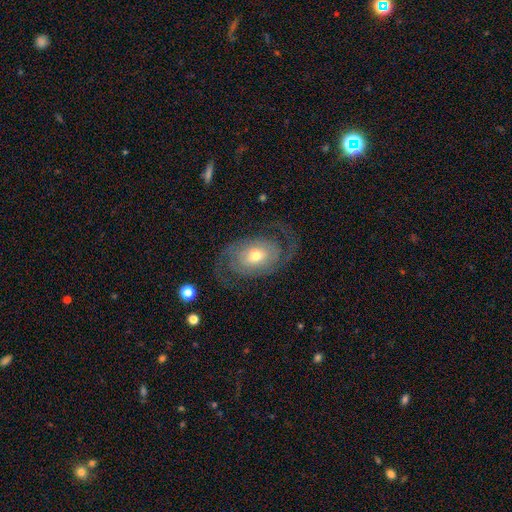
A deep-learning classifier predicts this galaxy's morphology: Smooth or featured? featured or disk (82%)
Edge-on disk? no (95%)
Bar? no (62%)
Spiral arms? yes (91%)
Spiral winding? tight (41%)
Spiral arm count? 2 (79%)
Bulge size? moderate (56%)
Merging? none (72%)